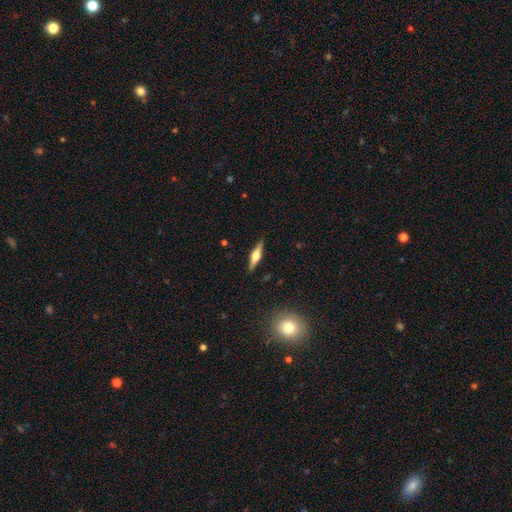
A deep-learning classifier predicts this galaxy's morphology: A featured or disk galaxy (65%) viewed edge-on (96%) with a rounded central bulge (93%).

Vote fractions:
- Smooth or featured? featured or disk: 65% / smooth: 29% / star or artifact: 6%
- Edge-on disk? yes: 96% / no: 4%
- Edge-on bulge? rounded: 93% / boxy: 5% / none: 2%
- Merging? none: 90% / minor disturbance: 7% / major disturbance: 2% / merger: 1%